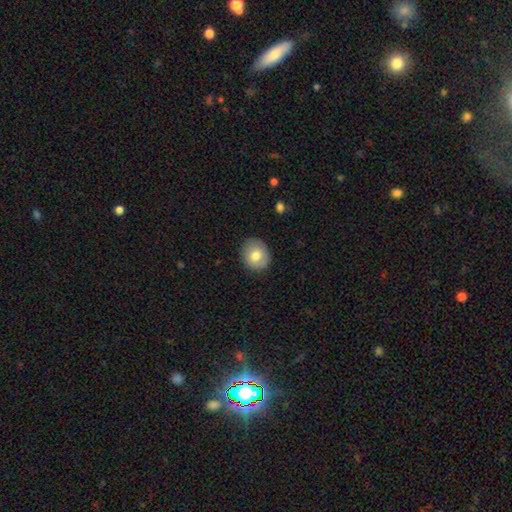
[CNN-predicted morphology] Smooth or featured?
  - smooth: 76% *
  - featured or disk: 15%
  - star or artifact: 8%
How rounded?
  - round: 71% *
  - in between: 28%
  - cigar-shaped: 1%
Merging?
  - none: 86% *
  - minor disturbance: 11%
  - major disturbance: 2%
  - merger: 1%